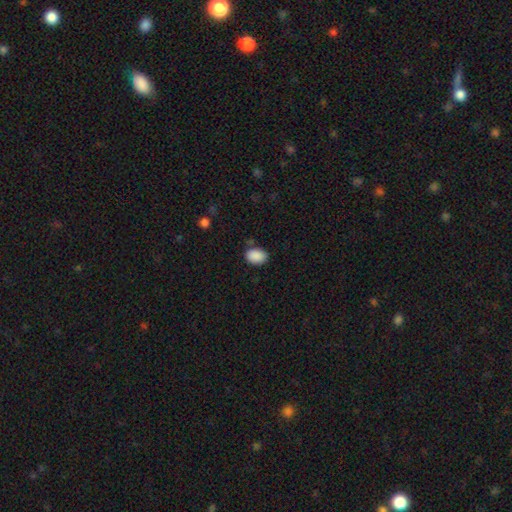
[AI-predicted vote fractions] The model was most divided on "merging": none: 77%, minor disturbance: 16%, major disturbance: 4%, merger: 4%. More confident: smooth or featured — smooth (89%); how rounded — in between (81%).